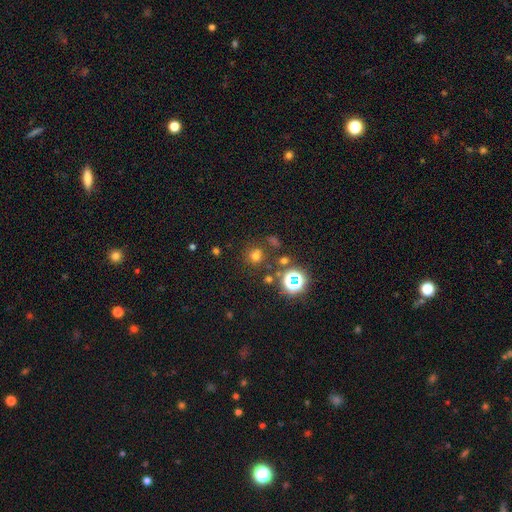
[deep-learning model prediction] Smooth or featured?
  - smooth: 63% *
  - star or artifact: 30%
  - featured or disk: 7%
How rounded?
  - round: 90% *
  - in between: 9%
  - cigar-shaped: 1%
Merging?
  - none: 77% *
  - minor disturbance: 10%
  - merger: 9%
  - major disturbance: 5%